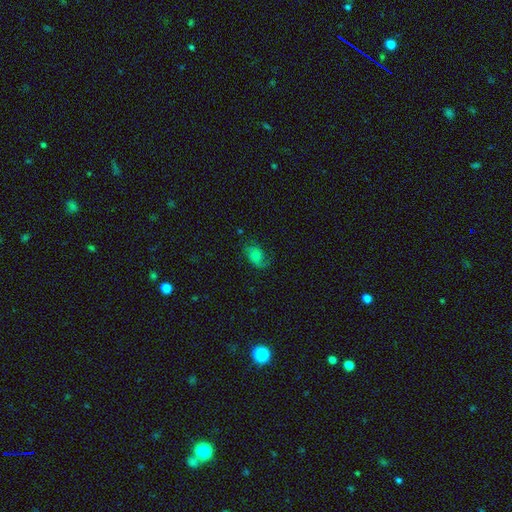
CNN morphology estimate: smooth 53%, featured or disk 36%, star or artifact 11%. Down the decision tree: how rounded — in between (80%); merging — none (60%).